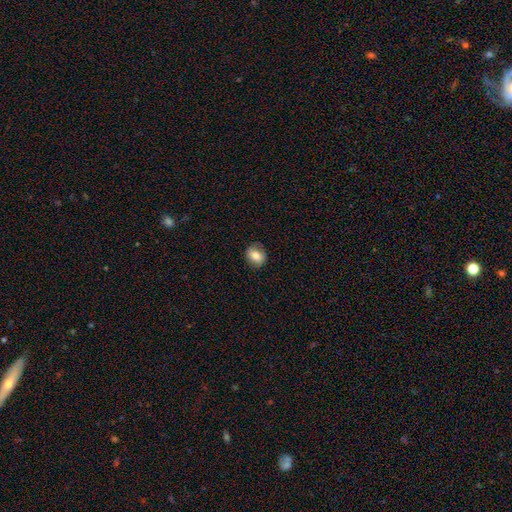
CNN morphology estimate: This appears to be a smooth galaxy with no disk features (77%) that is round (54%). Merging: none (83%).